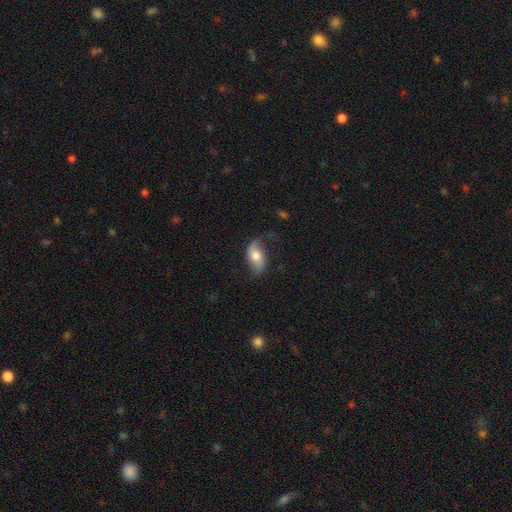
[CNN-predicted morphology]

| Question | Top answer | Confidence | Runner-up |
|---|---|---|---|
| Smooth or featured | featured or disk | 50% | smooth (43%) |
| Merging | none | 61% | minor disturbance (24%) |